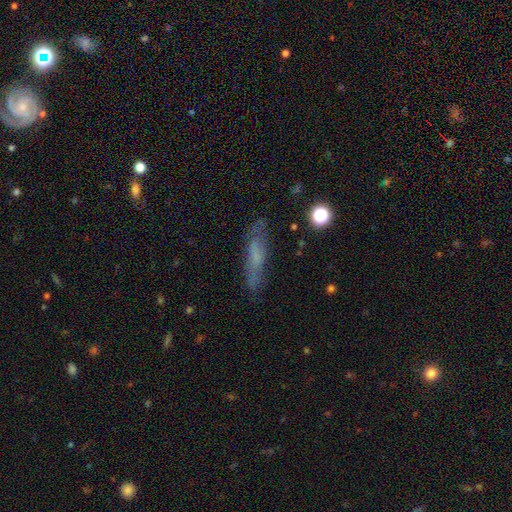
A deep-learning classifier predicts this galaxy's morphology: smooth_or_featured: smooth (p=0.51) [alt: featured or disk p=0.37]
how_rounded: cigar-shaped (p=0.76) [alt: in between p=0.22]
merging: none (p=0.76) [alt: minor disturbance p=0.16]